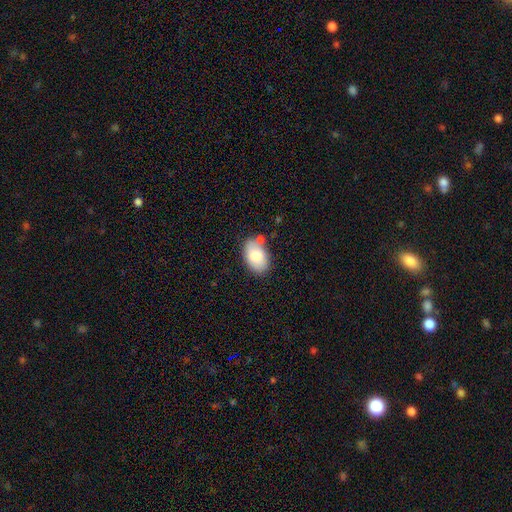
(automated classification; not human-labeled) Overall: smooth (77%). How rounded: in between (91%). Merging: none (72%).